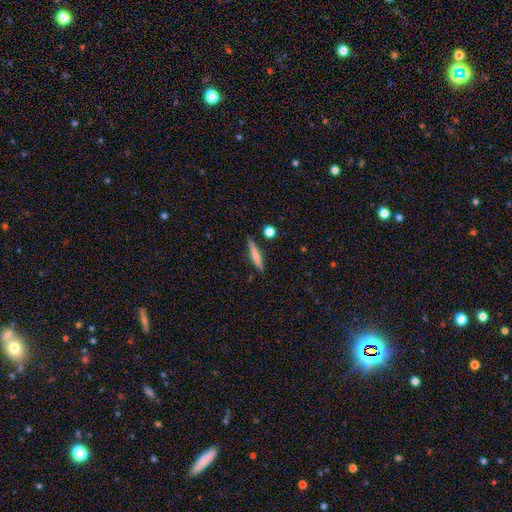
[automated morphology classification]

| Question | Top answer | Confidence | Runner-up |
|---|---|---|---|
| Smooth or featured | smooth | 61% | featured or disk (32%) |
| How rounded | cigar-shaped | 91% | in between (7%) |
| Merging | none | 84% | minor disturbance (10%) |